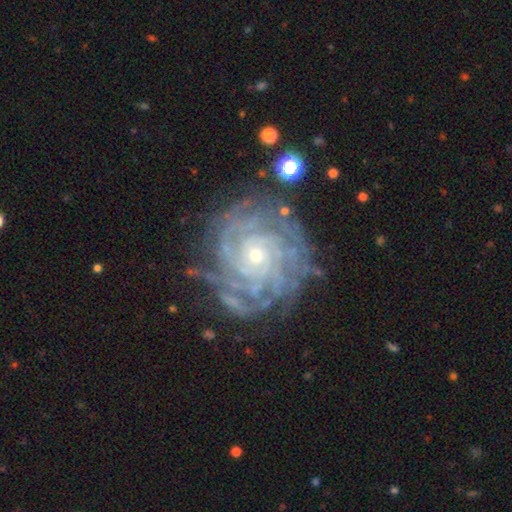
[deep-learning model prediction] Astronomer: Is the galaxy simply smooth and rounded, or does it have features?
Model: featured or disk — 89%.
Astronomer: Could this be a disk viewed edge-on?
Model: no — 97%.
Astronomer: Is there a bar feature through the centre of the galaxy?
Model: no — 78%.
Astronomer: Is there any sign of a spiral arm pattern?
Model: yes — 98%.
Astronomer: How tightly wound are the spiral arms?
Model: tight — 82%.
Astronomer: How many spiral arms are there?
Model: more than 4 — 26% (runner-up: can't tell, 23%).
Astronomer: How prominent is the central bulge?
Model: small — 70%.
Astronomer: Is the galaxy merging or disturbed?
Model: none — 77%.